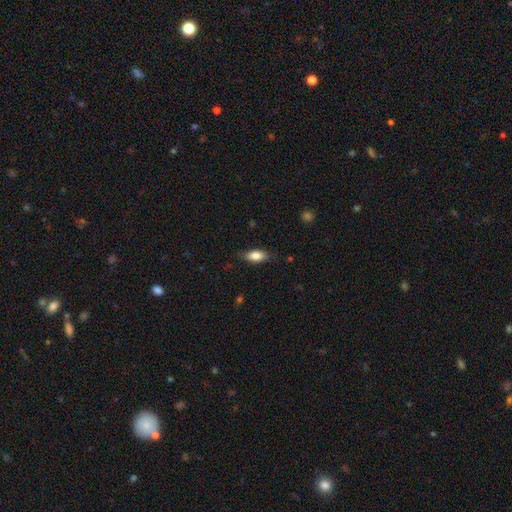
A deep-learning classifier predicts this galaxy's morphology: Overall: smooth (82%). How rounded: in between (85%). Merging: none (78%).